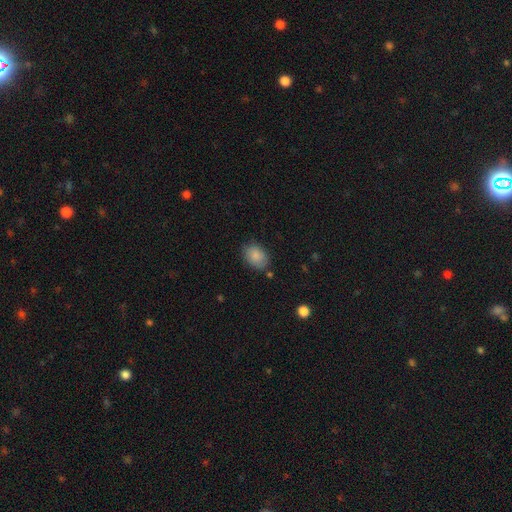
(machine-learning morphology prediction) Smooth or featured? Predicted: smooth (p=0.85). How rounded? Predicted: in between (p=0.74). Merging? Predicted: none (p=0.76).